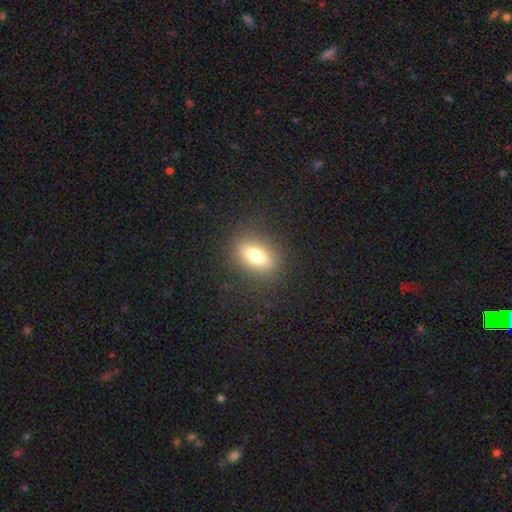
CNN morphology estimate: The model was most divided on "how rounded": in between: 77%, round: 15%, cigar-shaped: 8%. More confident: merging — none (85%); smooth or featured — smooth (76%).